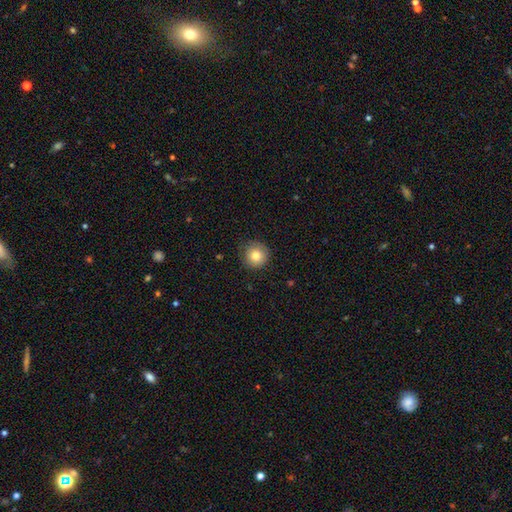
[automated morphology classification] Q: Smooth or featured?
A: smooth (81%); runner-up: featured or disk (10%)
Q: How rounded?
A: round (95%); runner-up: in between (4%)
Q: Merging?
A: none (85%); runner-up: minor disturbance (11%)